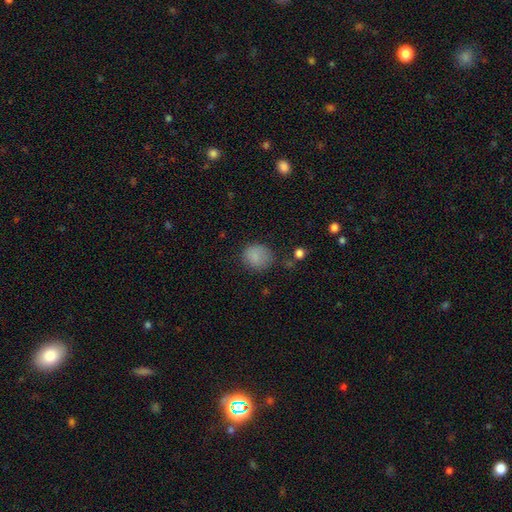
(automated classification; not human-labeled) This appears to be a smooth galaxy with no disk features (84%) that is round (75%). Merging: none (68%).